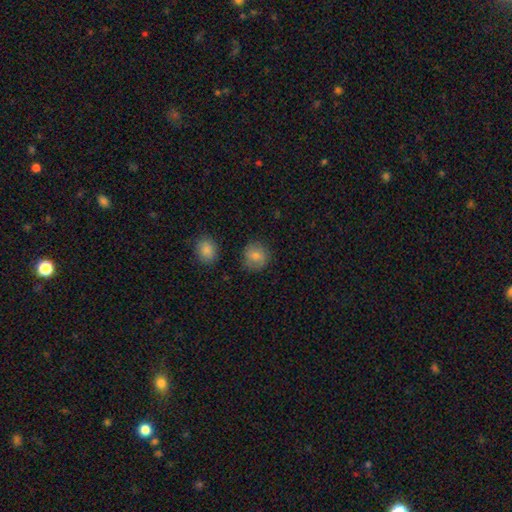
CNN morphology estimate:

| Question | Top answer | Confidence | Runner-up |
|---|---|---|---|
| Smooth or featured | smooth | 79% | featured or disk (12%) |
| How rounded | round | 88% | in between (12%) |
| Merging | none | 81% | minor disturbance (13%) |